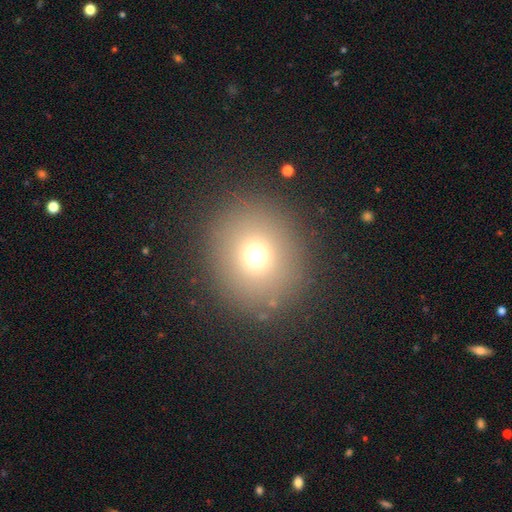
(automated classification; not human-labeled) Smooth or featured?
  - smooth: 70% *
  - star or artifact: 19%
  - featured or disk: 11%
How rounded?
  - round: 83% *
  - in between: 16%
  - cigar-shaped: 1%
Merging?
  - none: 87% *
  - minor disturbance: 7%
  - major disturbance: 4%
  - merger: 2%